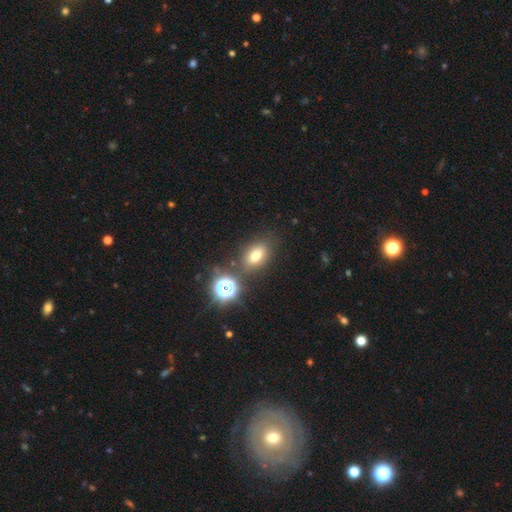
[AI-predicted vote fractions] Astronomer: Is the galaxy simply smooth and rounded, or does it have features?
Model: smooth — 72%.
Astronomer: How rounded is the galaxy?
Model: in between — 73%.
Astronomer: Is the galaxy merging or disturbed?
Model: none — 75%.